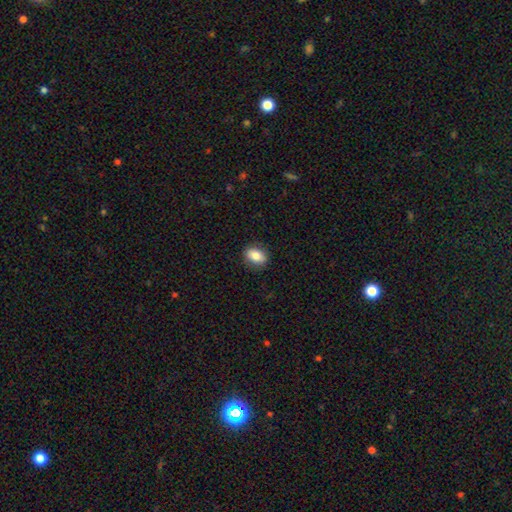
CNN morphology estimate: This is clearly a smooth galaxy (83%). How rounded: likely in between (75%). Merging: clearly none (87%).